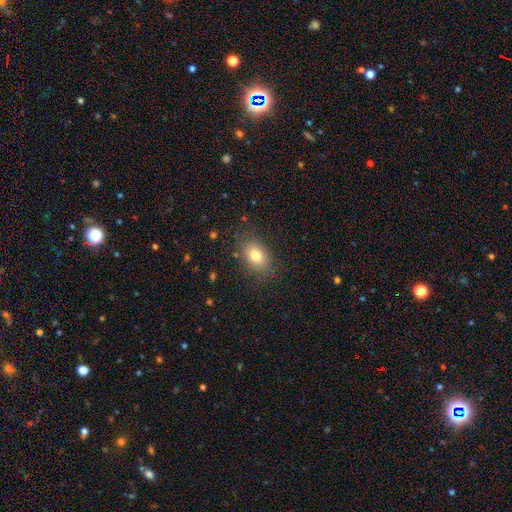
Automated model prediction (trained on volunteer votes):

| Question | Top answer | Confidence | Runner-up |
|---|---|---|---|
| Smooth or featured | smooth | 79% | featured or disk (11%) |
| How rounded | in between | 78% | round (21%) |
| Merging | none | 82% | minor disturbance (13%) |